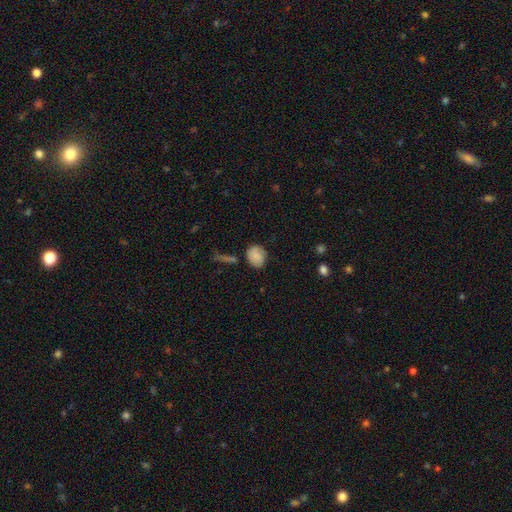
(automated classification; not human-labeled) Q: Smooth or featured?
A: smooth (77%); runner-up: featured or disk (14%)
Q: How rounded?
A: round (62%); runner-up: in between (37%)
Q: Merging?
A: none (67%); runner-up: minor disturbance (22%)